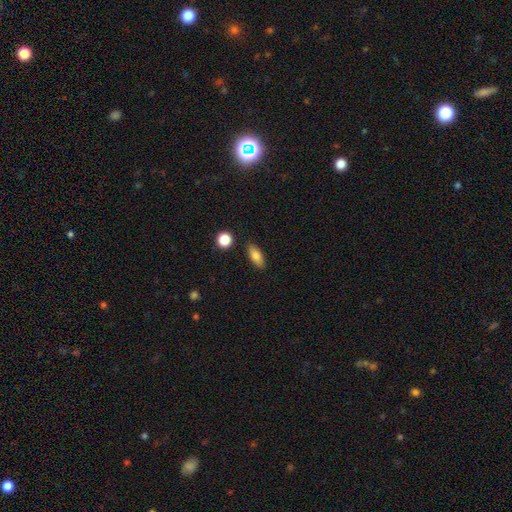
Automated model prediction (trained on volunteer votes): The model was most divided on "how rounded": in between: 77%, cigar-shaped: 18%, round: 4%. More confident: merging — none (87%); smooth or featured — smooth (80%).